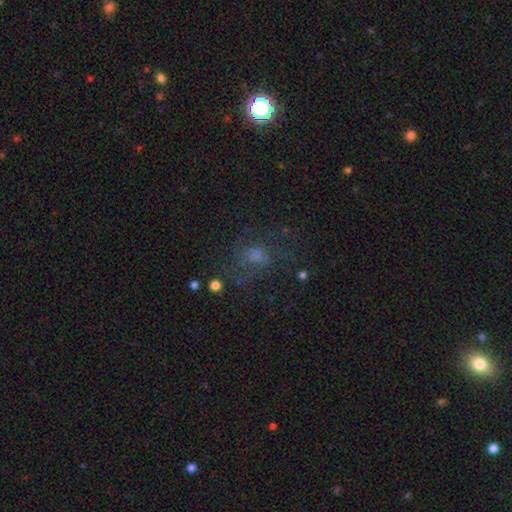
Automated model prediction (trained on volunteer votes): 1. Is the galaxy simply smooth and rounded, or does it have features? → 46% smooth, 29% featured or disk, 25% star or artifact.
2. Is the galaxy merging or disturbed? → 48% none, 30% major disturbance, 18% minor disturbance, 4% merger.